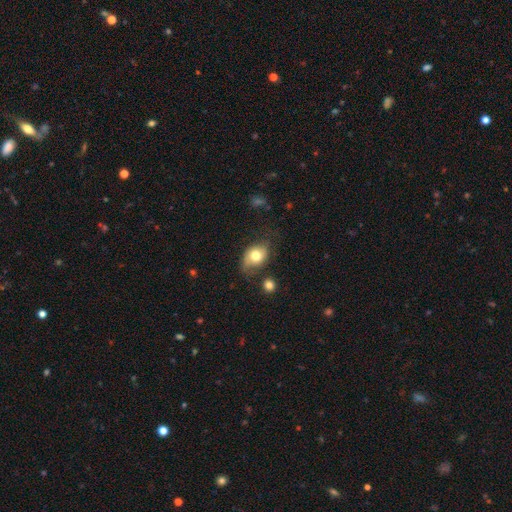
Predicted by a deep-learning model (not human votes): smooth_or_featured: smooth (p=0.65) [alt: featured or disk p=0.27]
how_rounded: in between (p=0.68) [alt: round p=0.31]
merging: none (p=0.52) [alt: minor disturbance p=0.31]